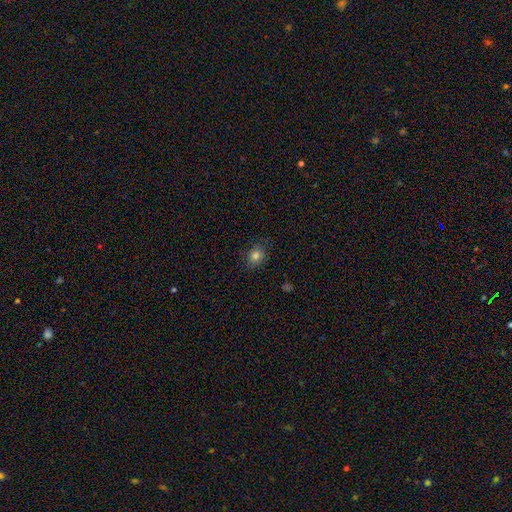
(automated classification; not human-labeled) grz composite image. It shows a smooth galaxy with no disk features (81%) that is round (53%). Merging: none (81%).